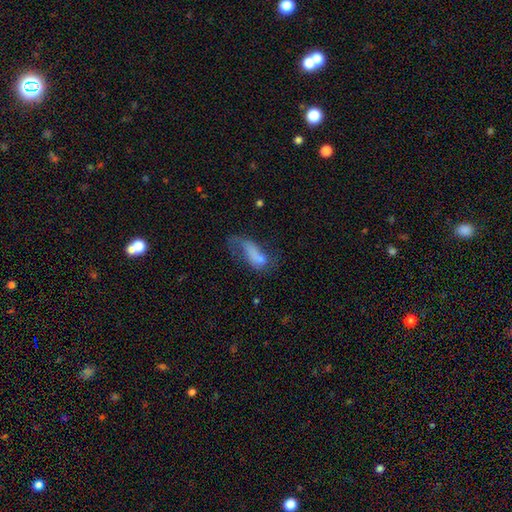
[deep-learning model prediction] Q: Smooth or featured?
A: smooth (54%); runner-up: featured or disk (35%)
Q: How rounded?
A: in between (79%); runner-up: cigar-shaped (17%)
Q: Merging?
A: major disturbance (45%); runner-up: none (23%)